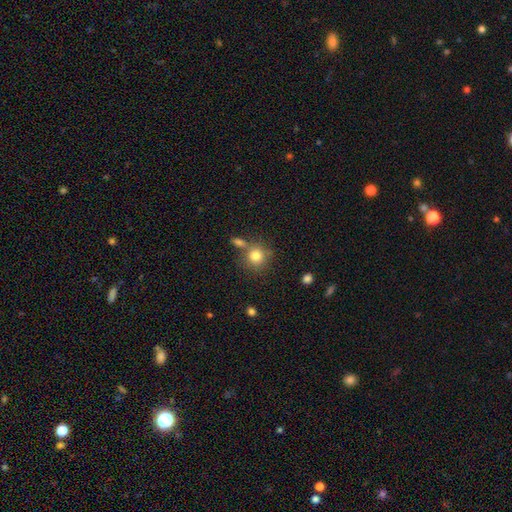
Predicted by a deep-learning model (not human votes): Overall: smooth (80%). How rounded: round (87%). Merging: none (64%).